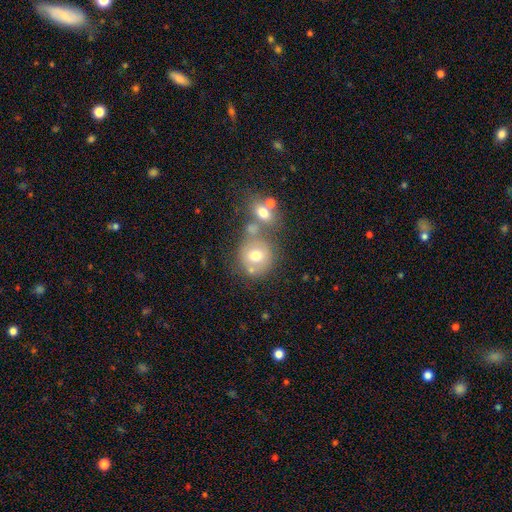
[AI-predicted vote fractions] smooth_or_featured: smooth (p=0.64) [alt: featured or disk p=0.26]
how_rounded: round (p=0.83) [alt: in between p=0.16]
merging: none (p=0.49) [alt: merger p=0.32]